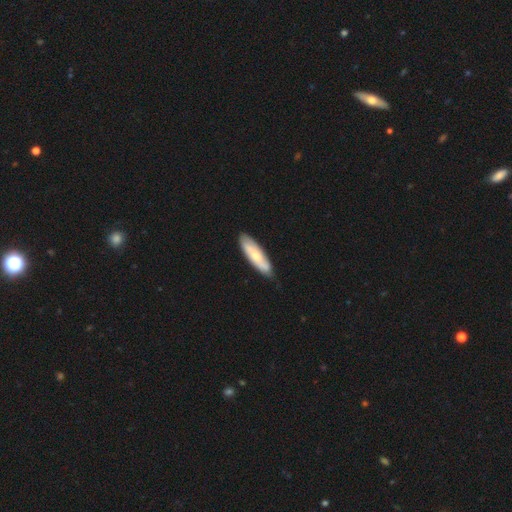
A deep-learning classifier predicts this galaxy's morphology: type=smooth (56%); roundness=cigar-shaped (56%); merging=none (85%).